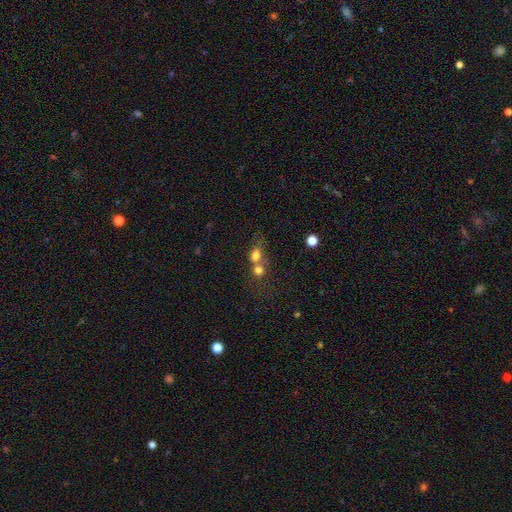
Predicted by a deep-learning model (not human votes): smooth_or_featured: smooth (p=0.72) [alt: featured or disk p=0.15]
how_rounded: round (p=0.57) [alt: in between p=0.40]
merging: merger (p=0.59) [alt: none p=0.27]